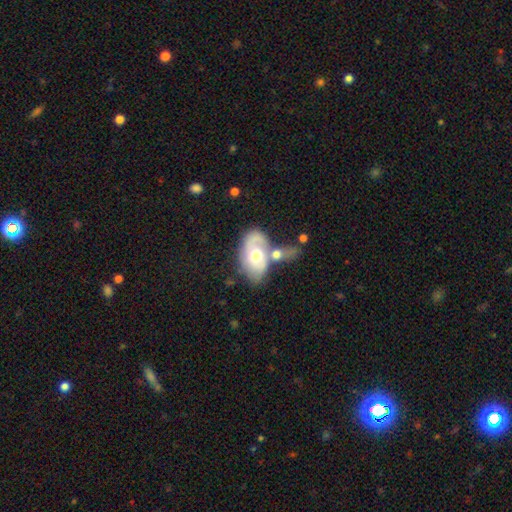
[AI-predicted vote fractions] smooth_or_featured: featured or disk (p=0.52) [alt: smooth p=0.42]
disk_edge_on: no (p=0.92) [alt: yes p=0.08]
merging: merger (p=0.40) [alt: none p=0.33]